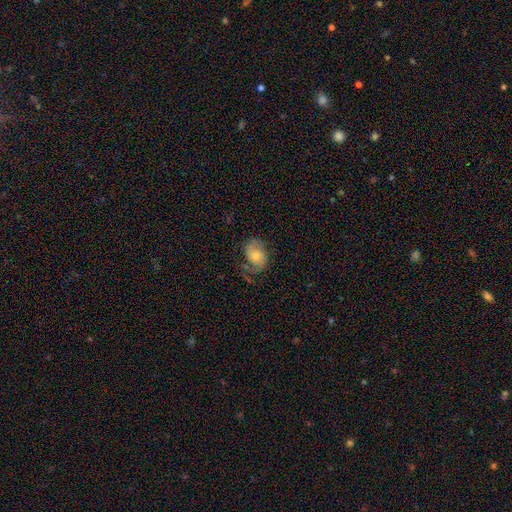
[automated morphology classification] This is possibly a featured or disk galaxy (50%). It is clearly not viewed edge-on (97%). Merging: possibly none (55%).